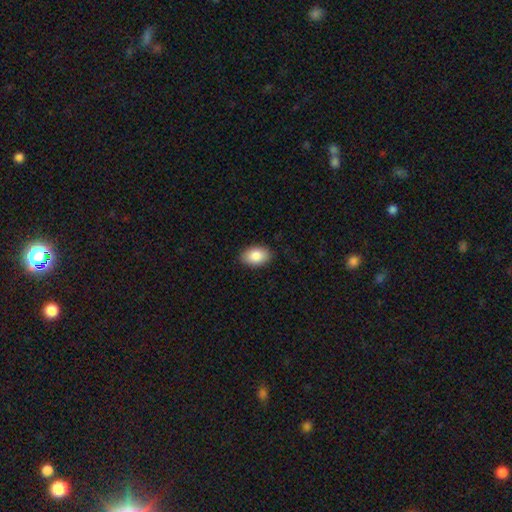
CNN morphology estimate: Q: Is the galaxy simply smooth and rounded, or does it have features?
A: smooth — 86%.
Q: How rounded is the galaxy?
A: in between — 89%.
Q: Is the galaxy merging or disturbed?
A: none — 88%.